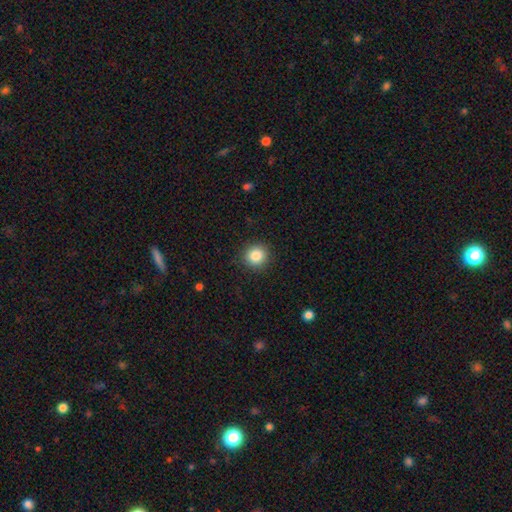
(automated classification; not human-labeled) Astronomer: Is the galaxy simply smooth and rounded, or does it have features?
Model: smooth — 84%.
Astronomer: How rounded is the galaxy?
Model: round — 92%.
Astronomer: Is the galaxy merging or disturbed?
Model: none — 90%.